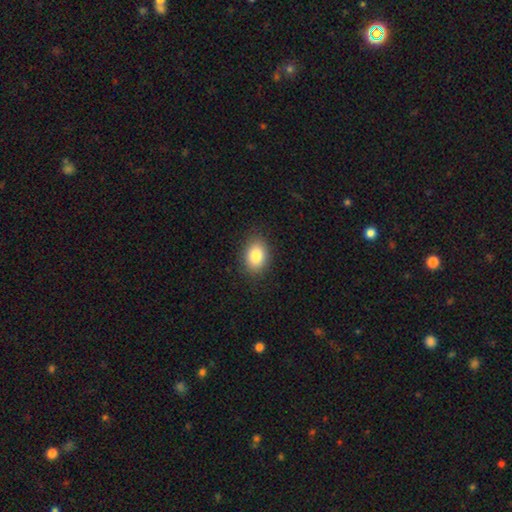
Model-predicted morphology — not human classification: smooth-or-featured: smooth: 84% | star or artifact: 8% | featured or disk: 7%
  how-rounded: in between: 76% | round: 23% | cigar-shaped: 1%
  merging: none: 87% | minor disturbance: 9% | major disturbance: 2% | merger: 1%